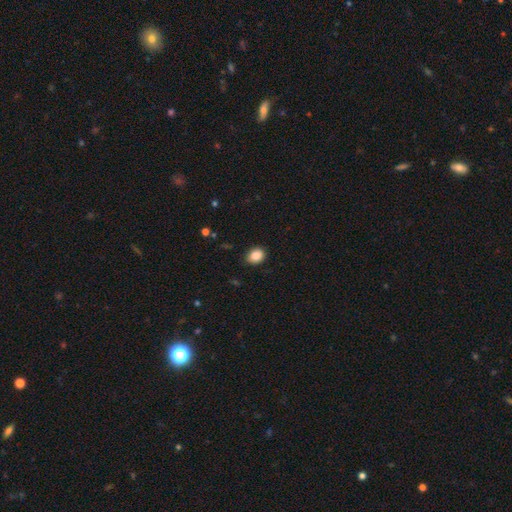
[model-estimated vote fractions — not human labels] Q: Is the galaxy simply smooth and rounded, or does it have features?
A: smooth — 86%.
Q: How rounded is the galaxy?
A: in between — 50%.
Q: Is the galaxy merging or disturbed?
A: none — 88%.